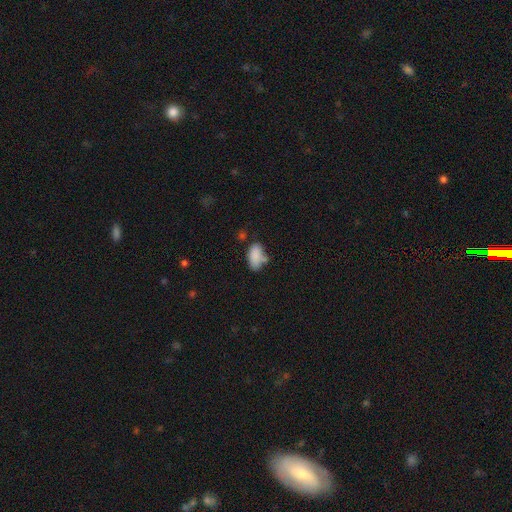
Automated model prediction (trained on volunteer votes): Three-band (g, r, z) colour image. It shows a smooth galaxy with no disk features (83%) that is in between round and cigar-shaped (91%). Merging: none (49%).